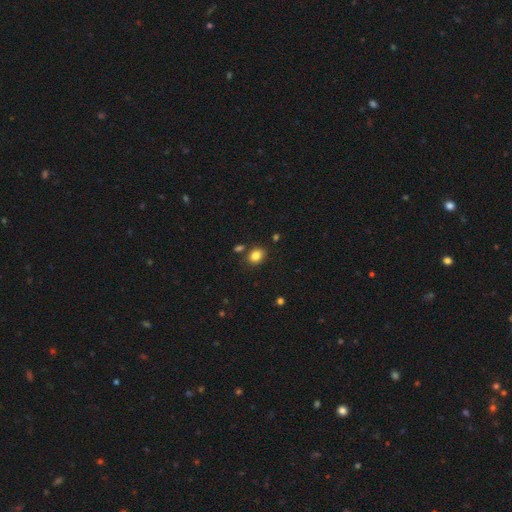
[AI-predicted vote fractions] A smooth galaxy with no disk features (83%) that is in between round and cigar-shaped (51%).

Vote fractions:
- Smooth or featured? smooth: 83% / star or artifact: 11% / featured or disk: 6%
- How rounded? in between: 51% / round: 48% / cigar-shaped: 1%
- Merging? none: 80% / minor disturbance: 11% / merger: 7% / major disturbance: 3%